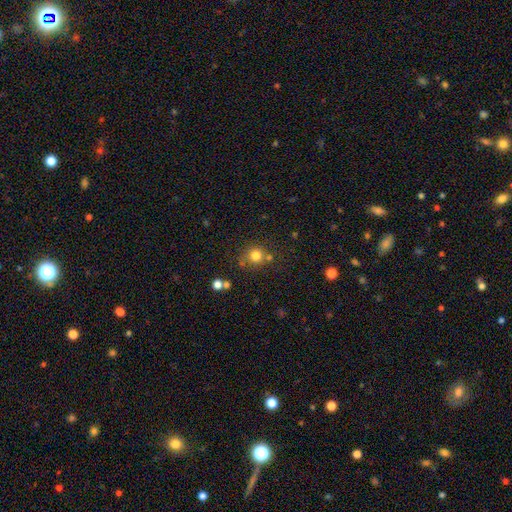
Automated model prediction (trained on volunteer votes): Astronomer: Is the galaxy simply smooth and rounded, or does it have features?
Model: smooth — 79%.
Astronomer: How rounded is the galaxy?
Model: round — 88%.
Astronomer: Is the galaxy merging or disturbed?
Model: none — 65%.